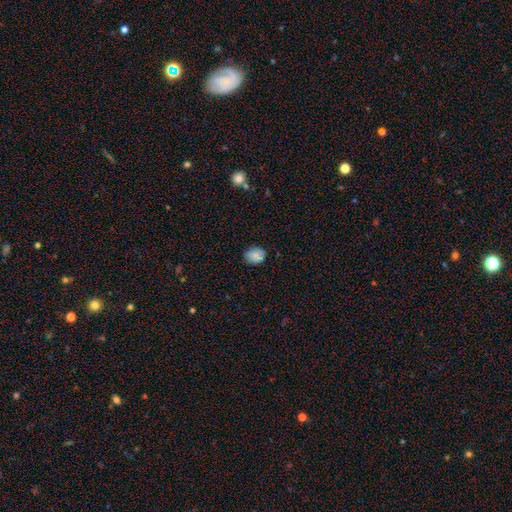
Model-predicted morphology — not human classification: Smooth or featured?
  - smooth: 85% *
  - star or artifact: 9%
  - featured or disk: 7%
How rounded?
  - round: 56% *
  - in between: 43%
  - cigar-shaped: 1%
Merging?
  - none: 74% *
  - minor disturbance: 21%
  - major disturbance: 3%
  - merger: 1%